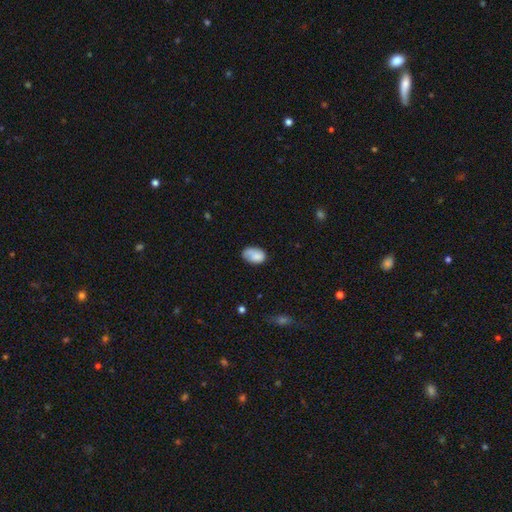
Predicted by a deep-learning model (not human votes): Morphology: type=smooth (79%); roundness=in between (89%); merging=none (57%).